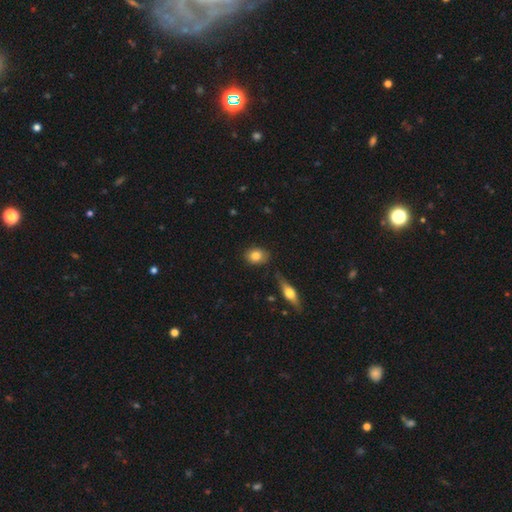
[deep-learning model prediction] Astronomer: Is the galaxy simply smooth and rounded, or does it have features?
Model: smooth — 83%.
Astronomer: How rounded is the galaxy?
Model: in between — 55% (runner-up: round, 43%).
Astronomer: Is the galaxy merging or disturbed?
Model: none — 82%.